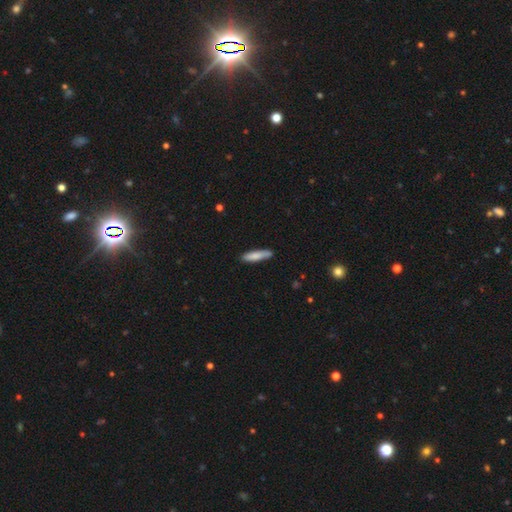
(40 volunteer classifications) Volunteers were most divided on "merging": none: 72%, minor disturbance: 22%, major disturbance: 2%, merger: 2%. More confident: how rounded — cigar-shaped (91%); smooth or featured — smooth (88%).